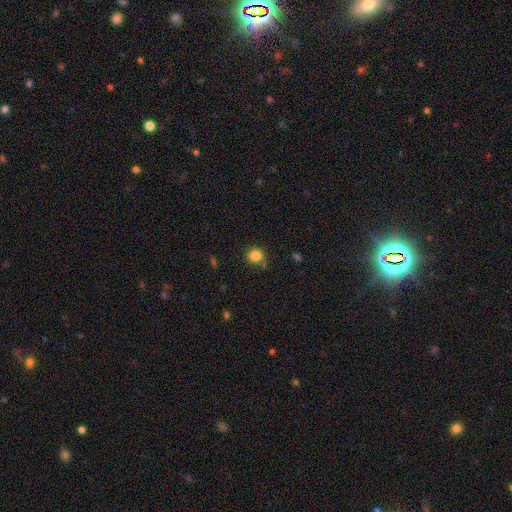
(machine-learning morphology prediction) A smooth galaxy with no disk features (84%) that is round (84%). Merging: none (72%).